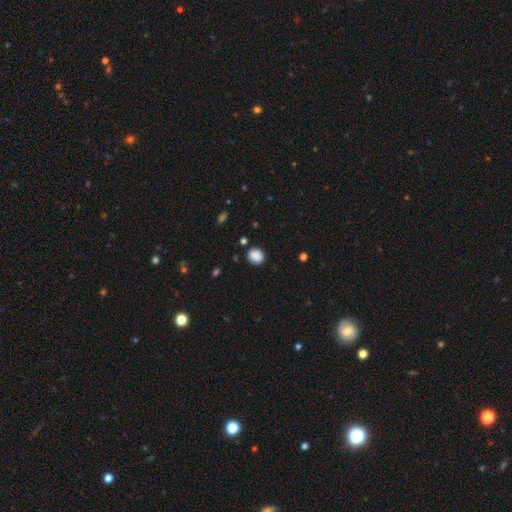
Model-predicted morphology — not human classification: Q: Smooth or featured?
A: smooth (88%); runner-up: star or artifact (9%)
Q: How rounded?
A: round (75%); runner-up: in between (24%)
Q: Merging?
A: none (88%); runner-up: minor disturbance (9%)